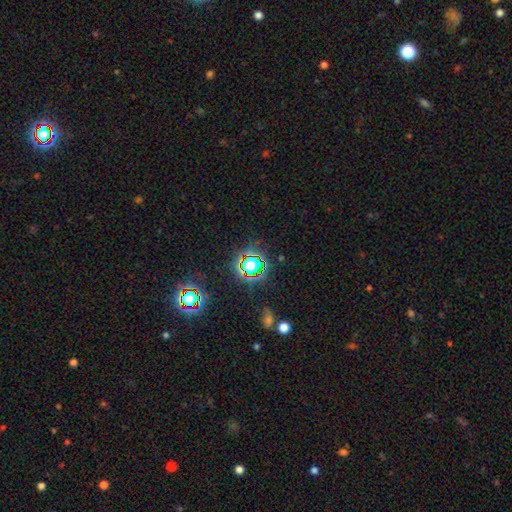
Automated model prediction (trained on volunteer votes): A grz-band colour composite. It shows a star or artifact, not a galaxy (78%).